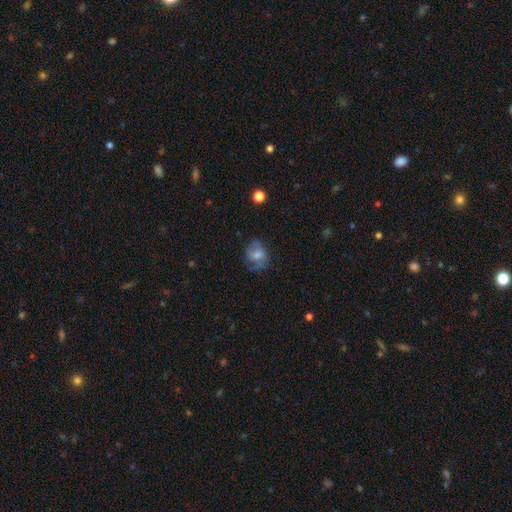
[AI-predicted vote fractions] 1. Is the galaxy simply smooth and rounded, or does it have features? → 47% smooth, 41% featured or disk, 13% star or artifact.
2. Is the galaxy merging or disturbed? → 60% none, 23% minor disturbance, 15% major disturbance, 2% merger.